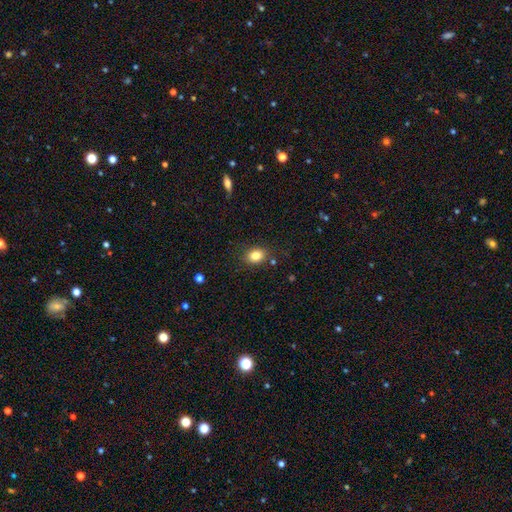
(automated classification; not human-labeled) smooth-or-featured: smooth: 83% | star or artifact: 10% | featured or disk: 7%
  how-rounded: in between: 59% | round: 40% | cigar-shaped: 1%
  merging: none: 83% | minor disturbance: 11% | major disturbance: 3% | merger: 3%